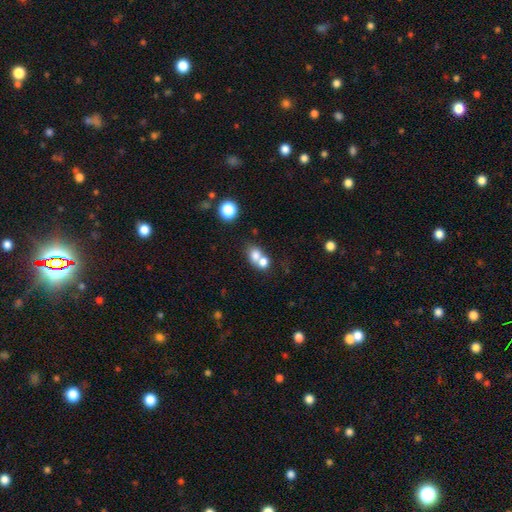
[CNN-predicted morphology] This appears to be a smooth galaxy with no disk features (74%) that is round (54%). Merging: merger (59%).